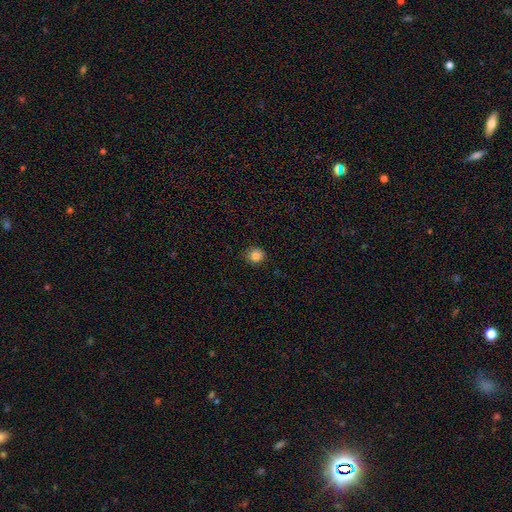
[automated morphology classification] This is clearly a smooth galaxy (85%). How rounded: clearly round (87%). Merging: clearly none (85%).